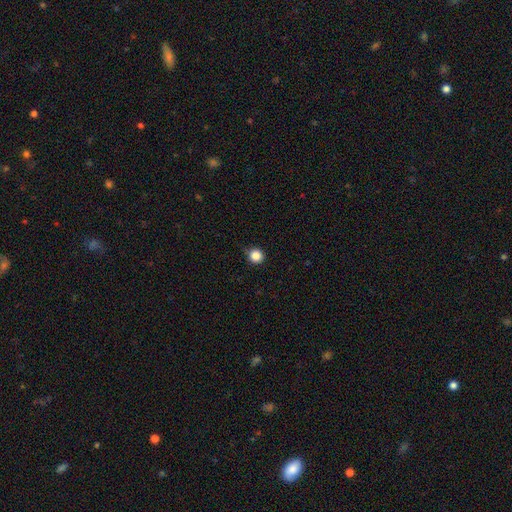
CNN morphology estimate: A smooth galaxy with no disk features (85%) that is round (95%).

Vote fractions:
- Smooth or featured? smooth: 85% / star or artifact: 12% / featured or disk: 3%
- How rounded? round: 95% / in between: 5% / cigar-shaped: 1%
- Merging? none: 85% / minor disturbance: 12% / major disturbance: 2% / merger: 1%